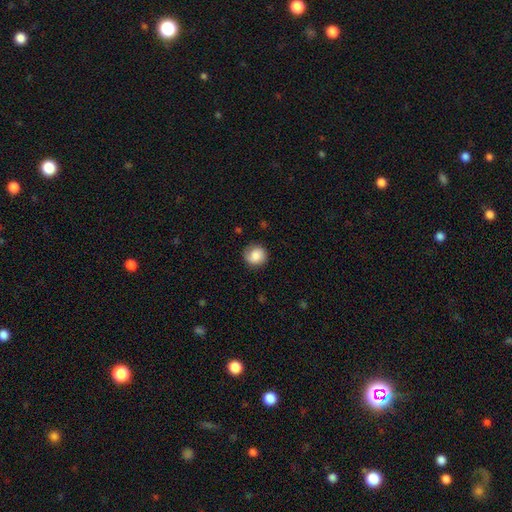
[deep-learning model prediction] smooth-or-featured: smooth: 84% | star or artifact: 8% | featured or disk: 8%
  how-rounded: round: 90% | in between: 9% | cigar-shaped: 1%
  merging: none: 80% | minor disturbance: 15% | major disturbance: 4% | merger: 1%